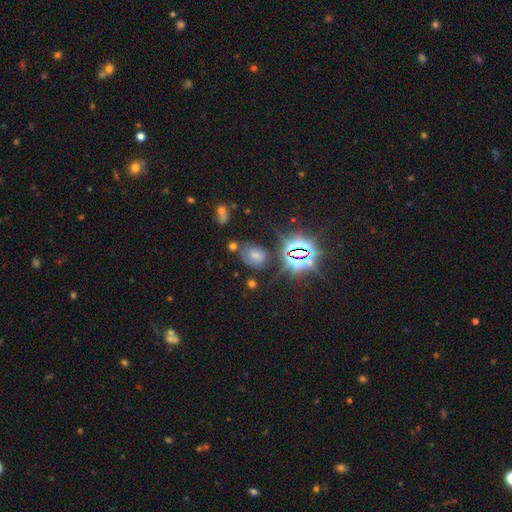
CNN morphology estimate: A smooth galaxy with no disk features (47%).

Vote fractions:
- Smooth or featured? smooth: 47% / star or artifact: 34% / featured or disk: 19%
- Merging? none: 61% / minor disturbance: 22% / major disturbance: 10% / merger: 7%